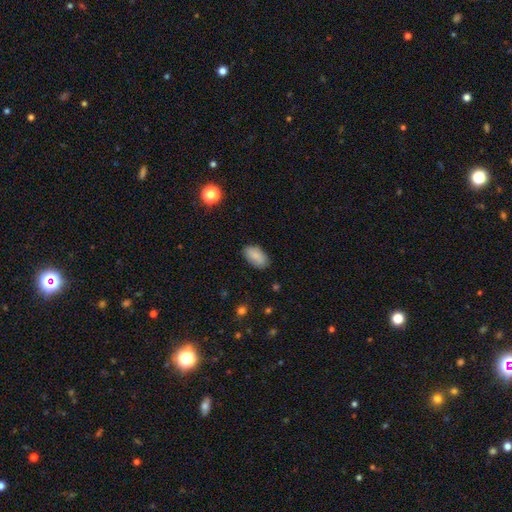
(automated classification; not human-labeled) This appears to be a smooth galaxy with no disk features (87%) that is in between round and cigar-shaped (94%). Merging: none (82%).